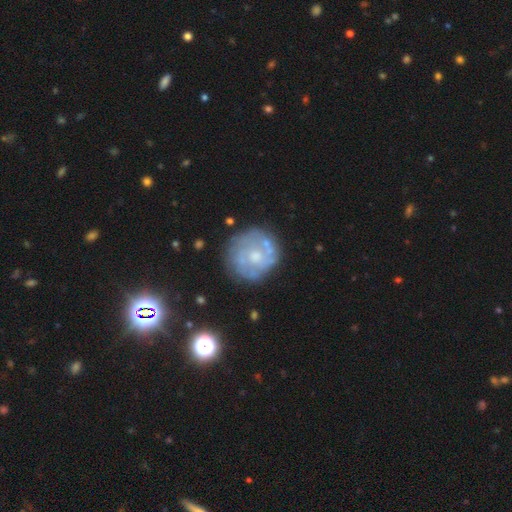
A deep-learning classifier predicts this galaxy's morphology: featured or disk 66%, smooth 26%, star or artifact 8%. Down the decision tree: edge-on disk — no (98%); bar — no (78%); spiral arms — yes (60%); bulge size — moderate (51%); merging — none (71%).